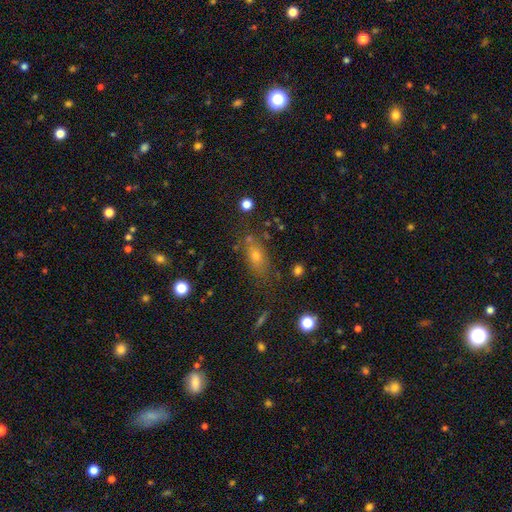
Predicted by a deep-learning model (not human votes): A smooth galaxy with no disk features (63%) that is in between round and cigar-shaped (67%). Merging: none (69%).